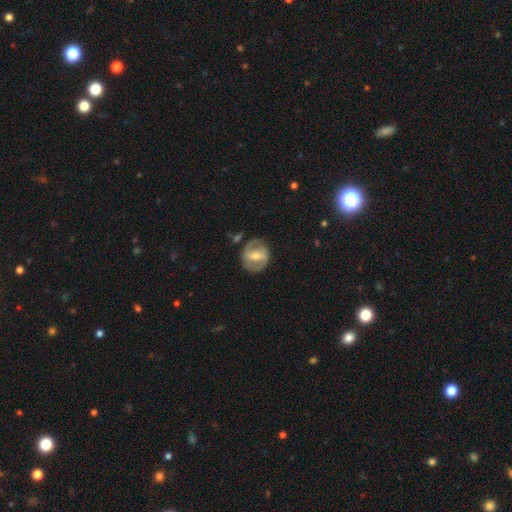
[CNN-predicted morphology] The model was most divided on "bar": strong: 47%, weak: 39%, no: 15%. Remaining: edge-on disk — no (96%); spiral arm count — 2 (85%); spiral arms — yes (79%); merging — none (78%); smooth or featured — featured or disk (73%); bulge size — moderate (63%); spiral winding — medium (47%).